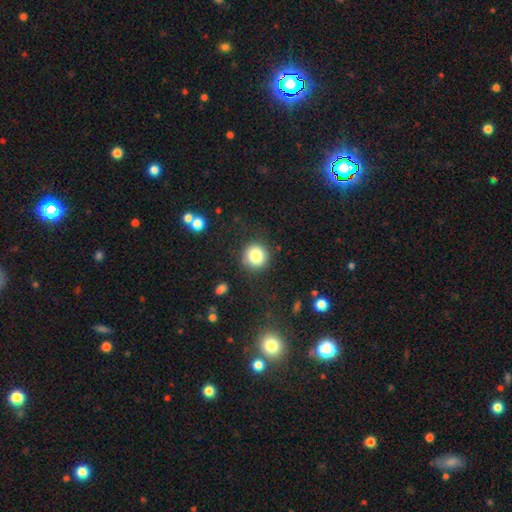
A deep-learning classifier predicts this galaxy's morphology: Q: Smooth or featured?
A: smooth (81%); runner-up: star or artifact (11%)
Q: How rounded?
A: round (93%); runner-up: in between (6%)
Q: Merging?
A: none (86%); runner-up: minor disturbance (9%)